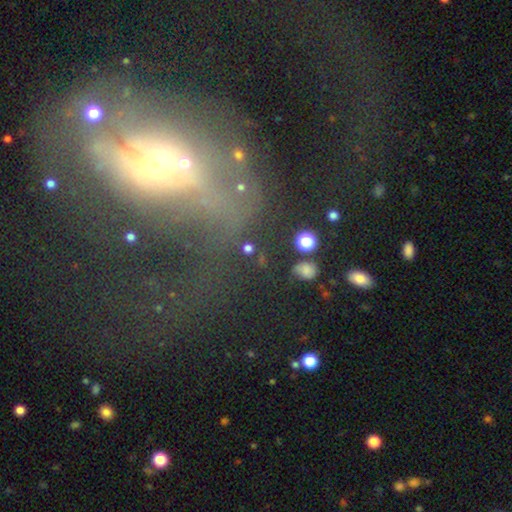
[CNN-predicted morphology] type=featured or disk (61%); edge-on=no (91%); bar=no (63%); spiral arms=no (52%); bulge=moderate (53%); merging=major disturbance (50%).